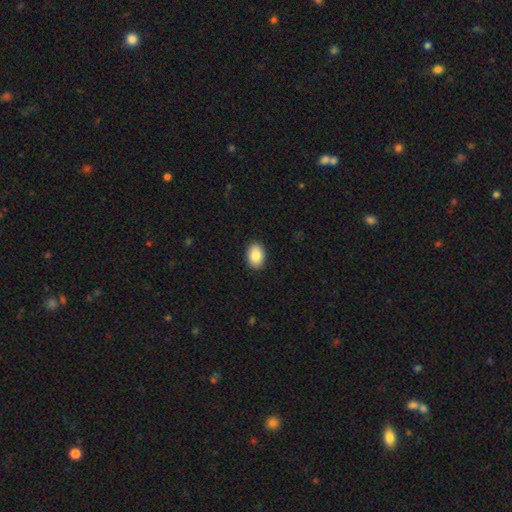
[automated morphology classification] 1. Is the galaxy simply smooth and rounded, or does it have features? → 87% smooth, 7% star or artifact, 6% featured or disk.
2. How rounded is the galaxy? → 82% in between, 17% round, 1% cigar-shaped.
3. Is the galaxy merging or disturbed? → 91% none, 6% minor disturbance, 2% major disturbance, 1% merger.